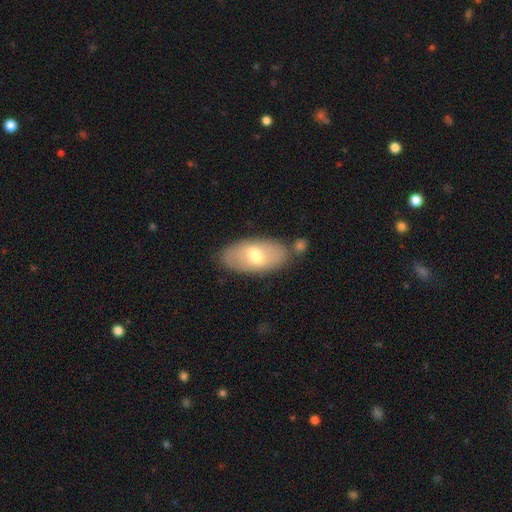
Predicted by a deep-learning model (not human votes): Smooth or featured? smooth (60%)
How rounded? in between (93%)
Merging? none (72%)